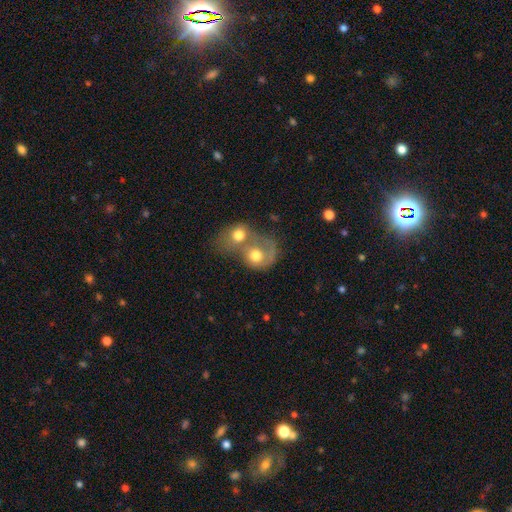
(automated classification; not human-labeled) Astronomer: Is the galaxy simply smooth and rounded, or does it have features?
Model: smooth — 60%.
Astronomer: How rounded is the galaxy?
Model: round — 66%.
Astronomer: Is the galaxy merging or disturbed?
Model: merger — 78%.